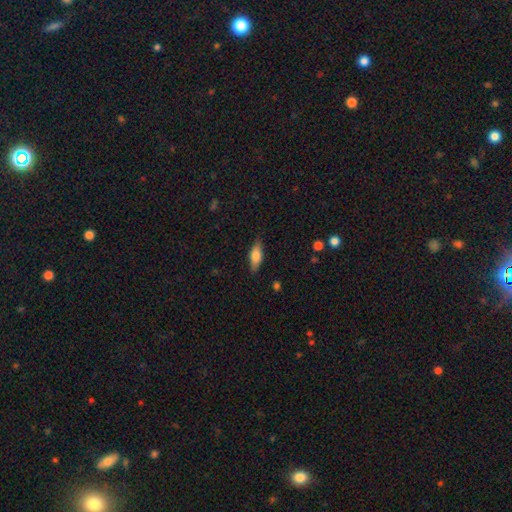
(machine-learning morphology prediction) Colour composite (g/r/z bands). It shows a smooth galaxy with no disk features (66%) that is in between round and cigar-shaped (63%). Merging: none (85%).